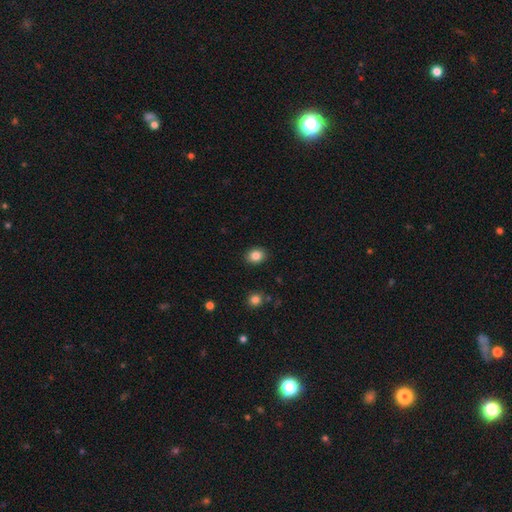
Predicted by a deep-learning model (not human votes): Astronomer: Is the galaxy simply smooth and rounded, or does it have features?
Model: smooth — 85%.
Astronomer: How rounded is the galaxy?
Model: round — 53% (runner-up: in between, 46%).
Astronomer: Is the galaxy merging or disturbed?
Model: none — 90%.